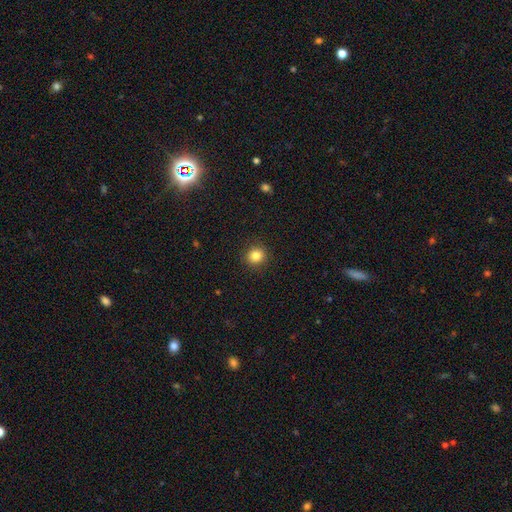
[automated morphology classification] Smooth or featured? smooth (84%)
How rounded? round (89%)
Merging? none (91%)